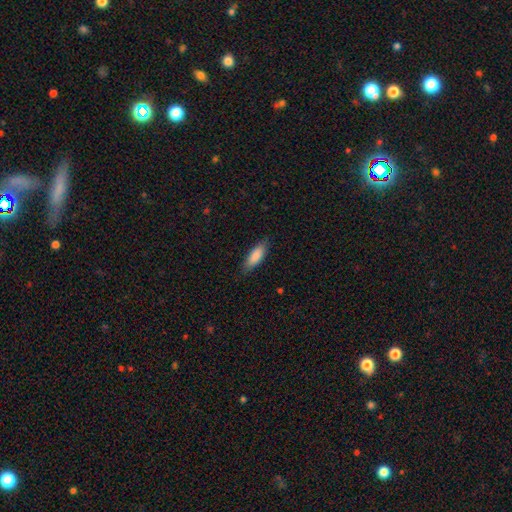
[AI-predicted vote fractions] Q: Smooth or featured?
A: smooth (86%); runner-up: featured or disk (8%)
Q: How rounded?
A: in between (62%); runner-up: cigar-shaped (37%)
Q: Merging?
A: none (84%); runner-up: minor disturbance (12%)